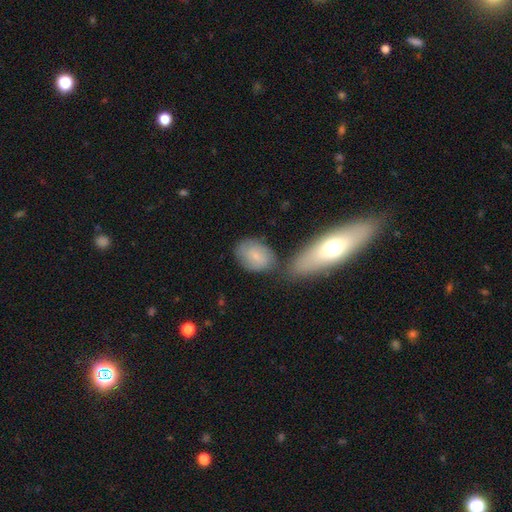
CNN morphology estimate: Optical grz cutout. It shows a smooth galaxy with no disk features (69%) that is in between round and cigar-shaped (74%). Merging: none (55%).